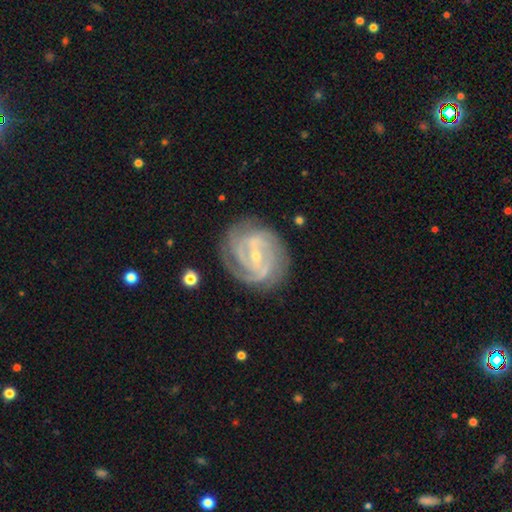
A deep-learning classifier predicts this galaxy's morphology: smooth-or-featured: featured or disk: 91% | star or artifact: 5% | smooth: 4%
  disk-edge-on: no: 97% | yes: 3%
    bar: weak: 44% | strong: 33% | no: 23%
    has-spiral-arms: yes: 98% | no: 2%
      spiral-winding: tight: 65% | medium: 31% | loose: 4%
      spiral-arm-count: 3: 33% | 2: 30% | 4: 14% | can't tell: 13% | more than 4: 5% | 1: 5%
    bulge-size: small: 71% | moderate: 26% | none: 2% | large: 1% | dominant: 1%
  merging: none: 79% | minor disturbance: 15% | major disturbance: 5% | merger: 1%